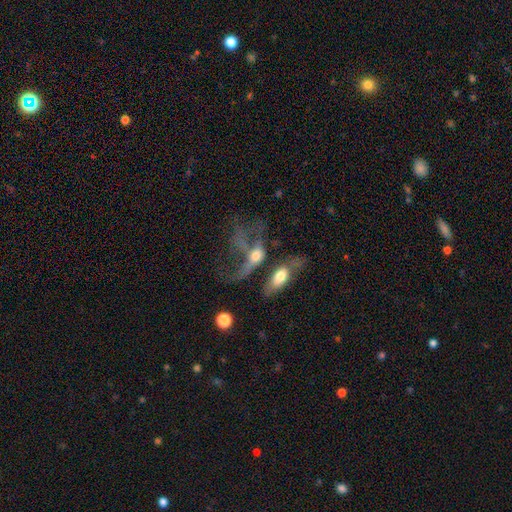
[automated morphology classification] This appears to be a featured or disk galaxy (47%). Merging: merger (44%).